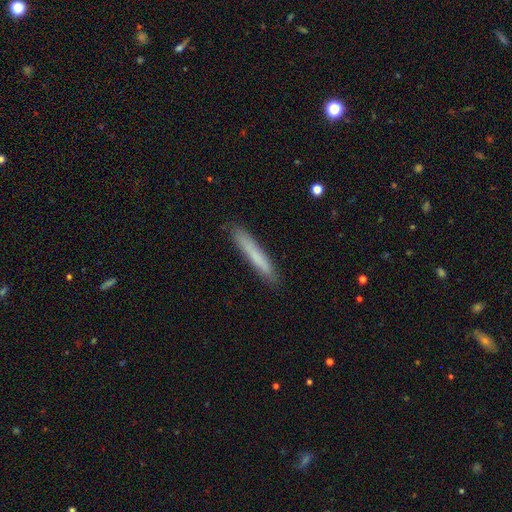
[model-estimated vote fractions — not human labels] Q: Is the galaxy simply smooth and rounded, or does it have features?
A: smooth — 73%.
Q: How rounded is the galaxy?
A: cigar-shaped — 95%.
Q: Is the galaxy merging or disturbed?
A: none — 88%.